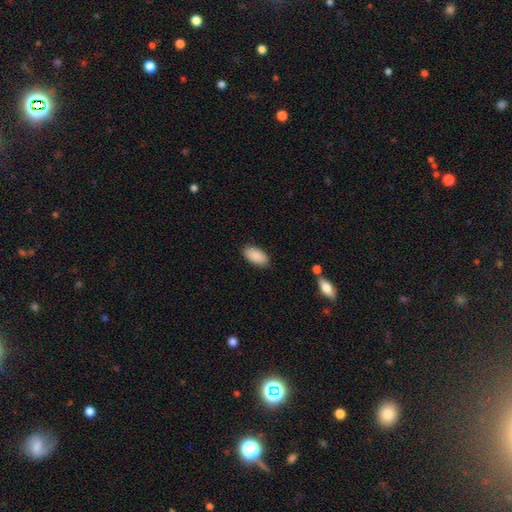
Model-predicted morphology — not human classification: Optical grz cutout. It shows a smooth galaxy with no disk features (90%) that is in between round and cigar-shaped (93%). Merging: none (88%).